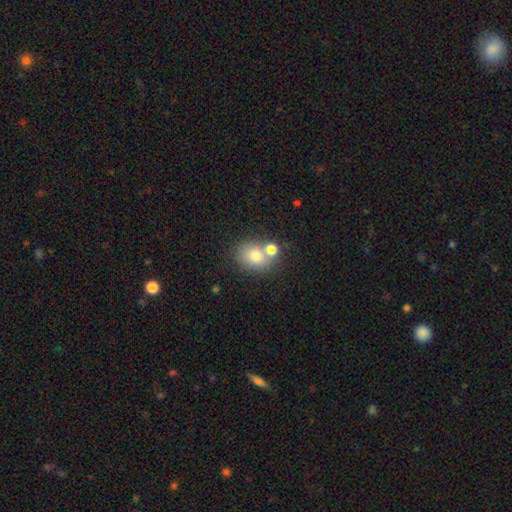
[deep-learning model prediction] Smooth or featured: smooth — 74% (featured or disk — 13%)
How rounded: round — 62% (in between — 37%)
Merging: none — 58% (merger — 27%)